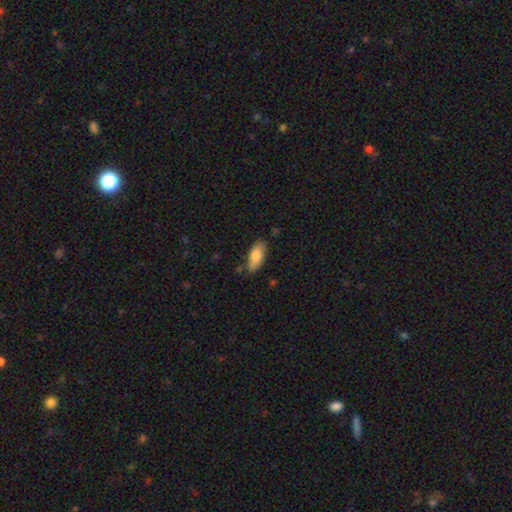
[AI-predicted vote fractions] Morphology: type=smooth (82%); roundness=in between (83%); merging=none (75%).